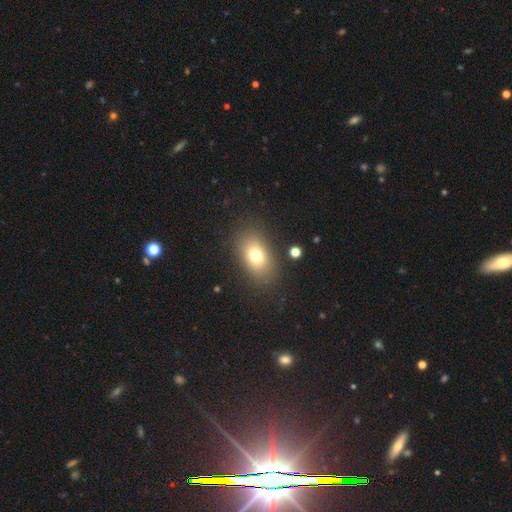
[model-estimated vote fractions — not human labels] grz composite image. It shows a smooth galaxy with no disk features (74%) that is in between round and cigar-shaped (79%). Merging: none (83%).